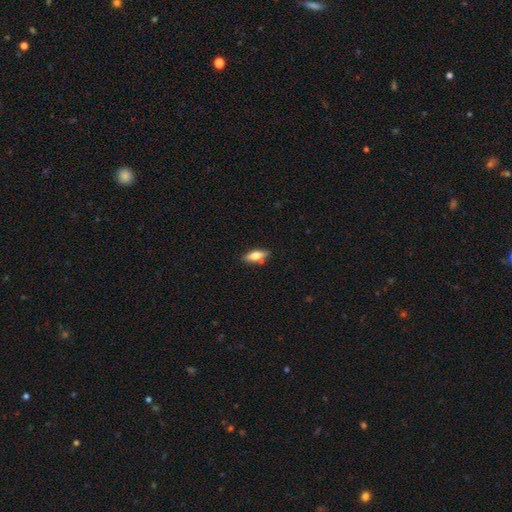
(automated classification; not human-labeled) smooth-or-featured: smooth: 63% | featured or disk: 30% | star or artifact: 7%
  how-rounded: in between: 63% | cigar-shaped: 34% | round: 3%
  merging: none: 79% | minor disturbance: 12% | merger: 7% | major disturbance: 3%